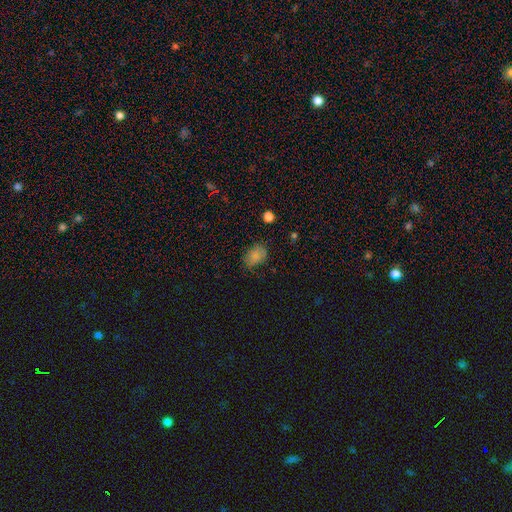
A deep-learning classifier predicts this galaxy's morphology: The model was most divided on "merging": none: 67%, minor disturbance: 25%, major disturbance: 7%, merger: 2%. More confident: smooth or featured — smooth (81%); how rounded — in between (75%).